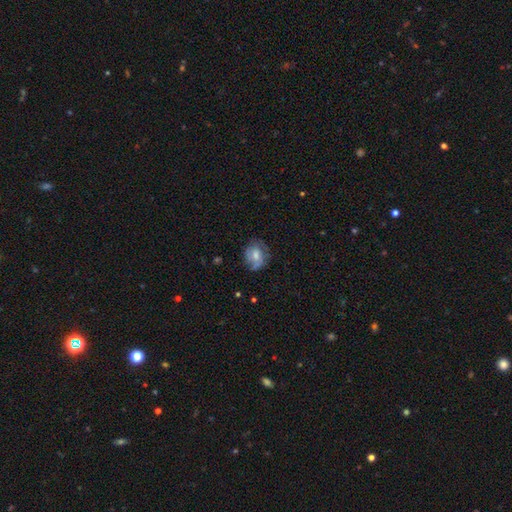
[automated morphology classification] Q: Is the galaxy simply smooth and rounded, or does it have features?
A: smooth — 51%.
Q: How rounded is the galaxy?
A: round — 54%.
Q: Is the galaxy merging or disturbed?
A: none — 57%.